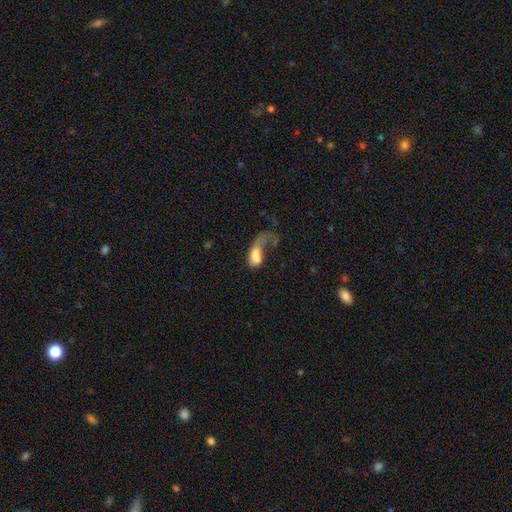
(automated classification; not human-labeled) Q: Smooth or featured?
A: smooth (63%); runner-up: featured or disk (28%)
Q: How rounded?
A: in between (86%); runner-up: cigar-shaped (7%)
Q: Merging?
A: major disturbance (65%); runner-up: none (13%)